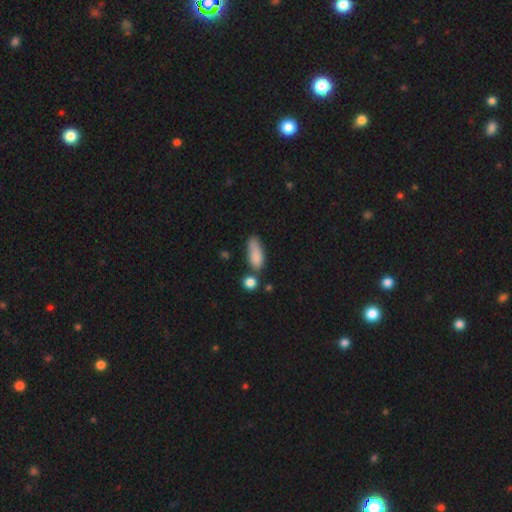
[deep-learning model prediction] The model was most divided on "merging": none: 49%, minor disturbance: 27%, merger: 14%, major disturbance: 9%. More confident: smooth or featured — smooth (84%); how rounded — in between (71%).